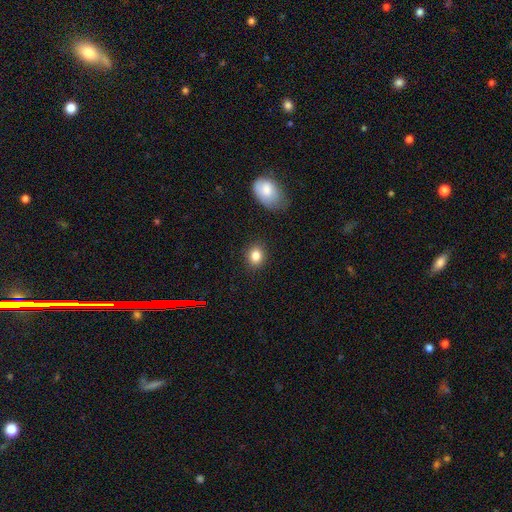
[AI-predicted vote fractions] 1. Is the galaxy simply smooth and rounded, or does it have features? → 84% smooth, 10% star or artifact, 6% featured or disk.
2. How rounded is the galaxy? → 51% in between, 48% round, 1% cigar-shaped.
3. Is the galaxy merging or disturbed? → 87% none, 9% minor disturbance, 2% major disturbance, 2% merger.